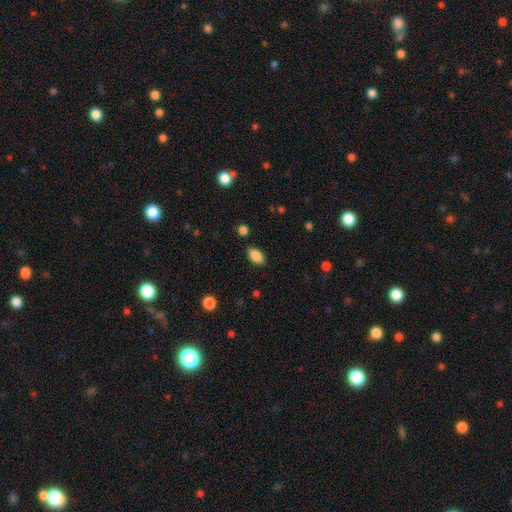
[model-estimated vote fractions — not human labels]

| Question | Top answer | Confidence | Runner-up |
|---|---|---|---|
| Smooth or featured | smooth | 87% | star or artifact (8%) |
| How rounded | in between | 92% | cigar-shaped (4%) |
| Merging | none | 86% | minor disturbance (10%) |